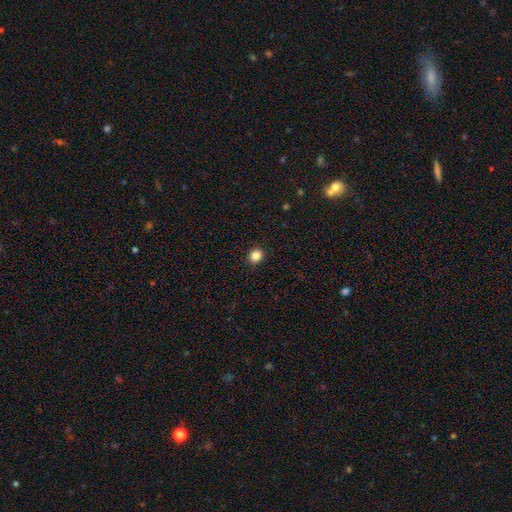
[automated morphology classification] Smooth or featured? Predicted: smooth (p=0.85). How rounded? Predicted: round (p=0.80). Merging? Predicted: none (p=0.91).